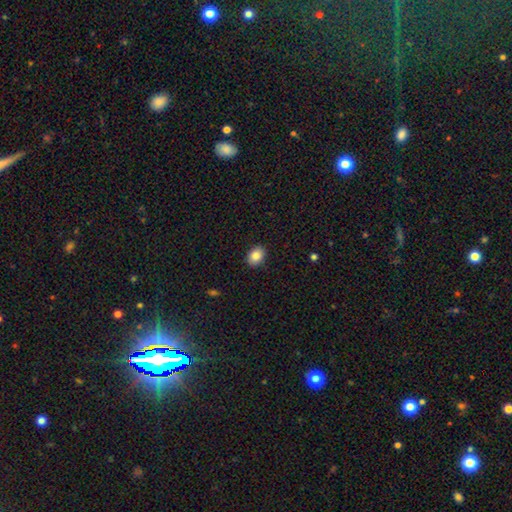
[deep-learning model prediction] Overall: smooth (86%). How rounded: in between (69%; round 31%). Merging: none (90%).